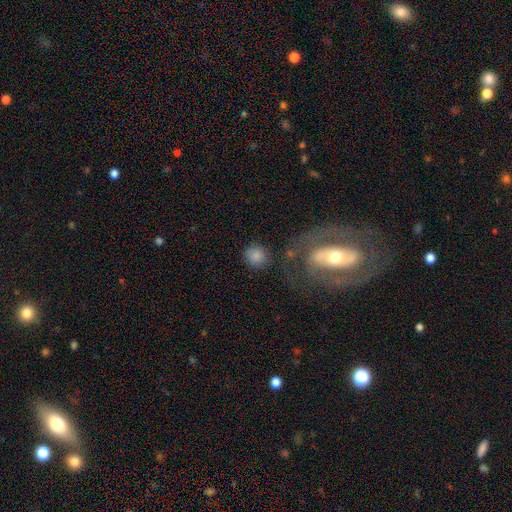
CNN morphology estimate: smooth-or-featured: smooth: 82% | star or artifact: 9% | featured or disk: 9%
  how-rounded: round: 88% | in between: 10% | cigar-shaped: 1%
  merging: none: 76% | minor disturbance: 10% | merger: 8% | major disturbance: 6%